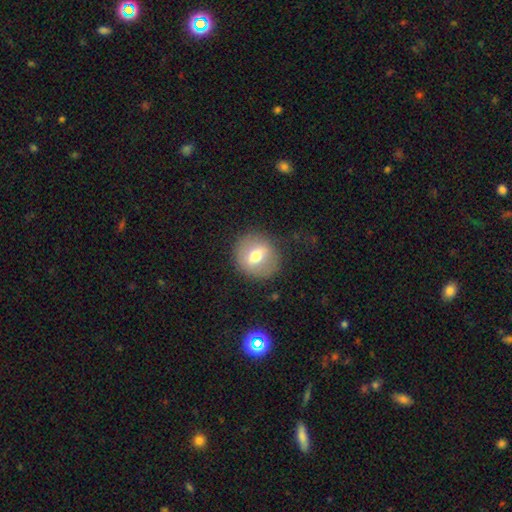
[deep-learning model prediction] Overall: smooth (56%; featured or disk 35%). How rounded: round (83%). Merging: none (82%).